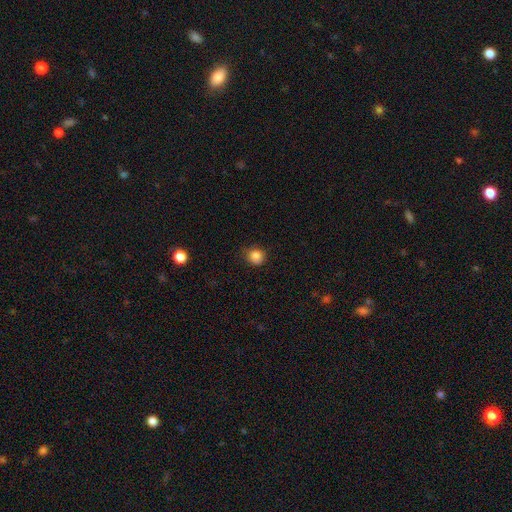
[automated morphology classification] Smooth or featured? smooth (84%)
How rounded? round (85%)
Merging? none (77%)